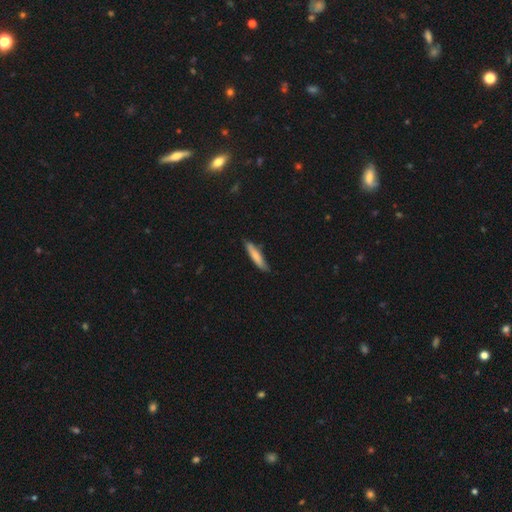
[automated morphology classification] Smooth or featured: smooth — 76% (featured or disk — 19%)
How rounded: cigar-shaped — 86% (in between — 13%)
Merging: none — 80% (minor disturbance — 16%)